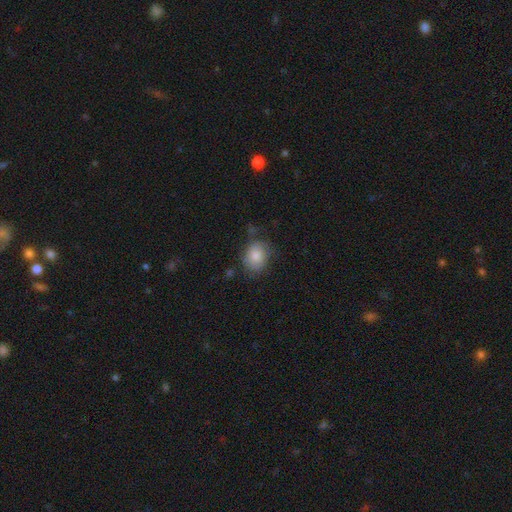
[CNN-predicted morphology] A smooth galaxy with no disk features (82%) that is round (51%). Merging: none (66%).